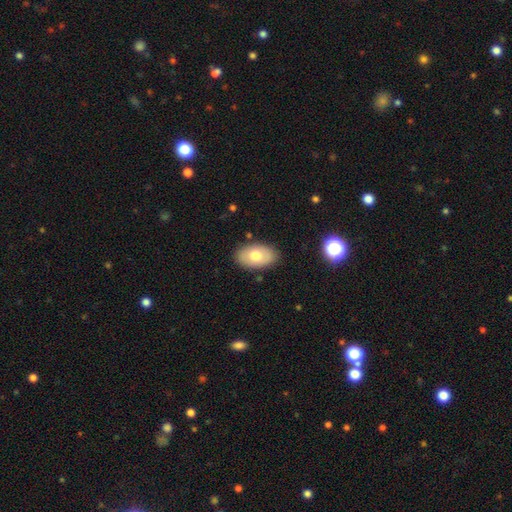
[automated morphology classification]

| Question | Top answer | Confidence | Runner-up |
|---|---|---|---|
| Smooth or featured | smooth | 71% | featured or disk (22%) |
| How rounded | in between | 92% | round (7%) |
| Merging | none | 85% | minor disturbance (11%) |